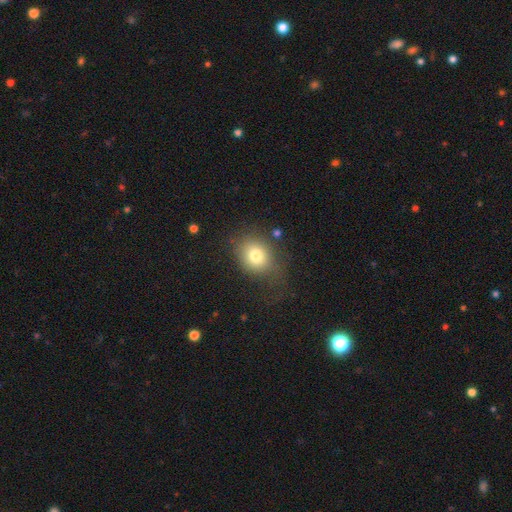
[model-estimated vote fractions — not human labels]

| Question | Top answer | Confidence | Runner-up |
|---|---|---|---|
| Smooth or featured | smooth | 77% | star or artifact (12%) |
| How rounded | round | 60% | in between (39%) |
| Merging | none | 64% | minor disturbance (21%) |